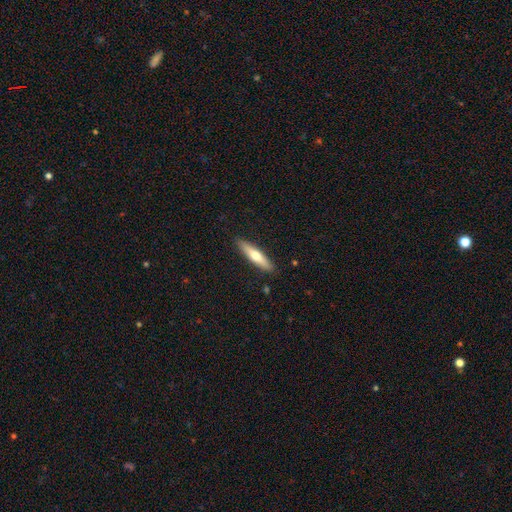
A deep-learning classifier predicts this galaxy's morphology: type=smooth (57%); roundness=cigar-shaped (81%); merging=none (89%).